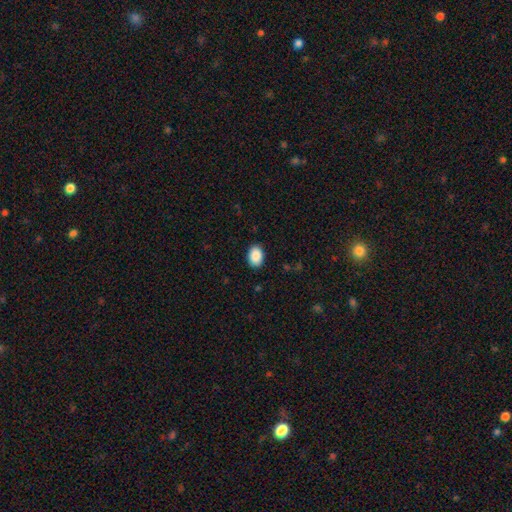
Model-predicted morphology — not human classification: smooth 90%, star or artifact 7%, featured or disk 3%. Down the decision tree: how rounded — in between (84%); merging — none (89%).